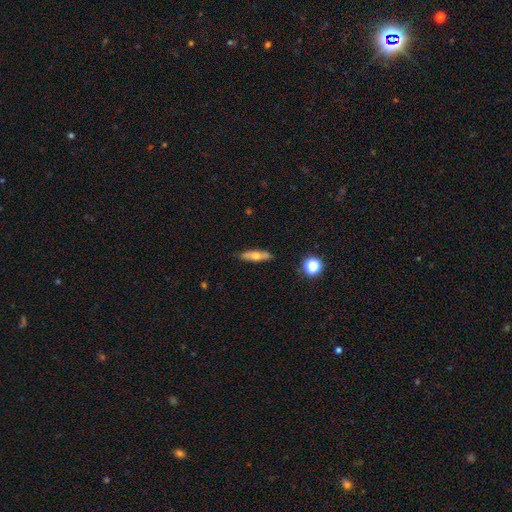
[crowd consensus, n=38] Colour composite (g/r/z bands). It shows a smooth galaxy with no disk features (61%) that is cigar-shaped (70%). Merging: none (91%).